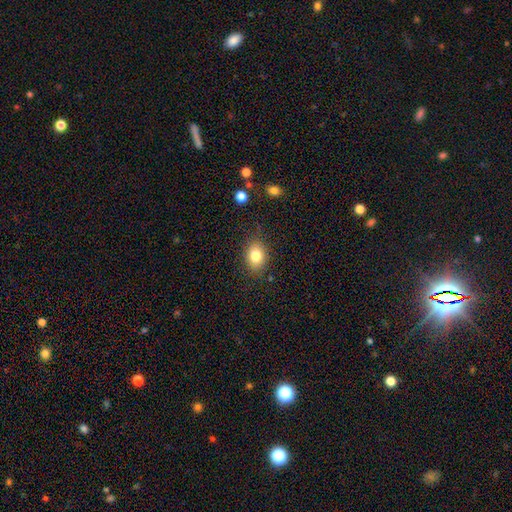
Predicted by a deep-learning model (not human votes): This appears to be a smooth galaxy with no disk features (81%) that is in between round and cigar-shaped (66%). Merging: none (83%).